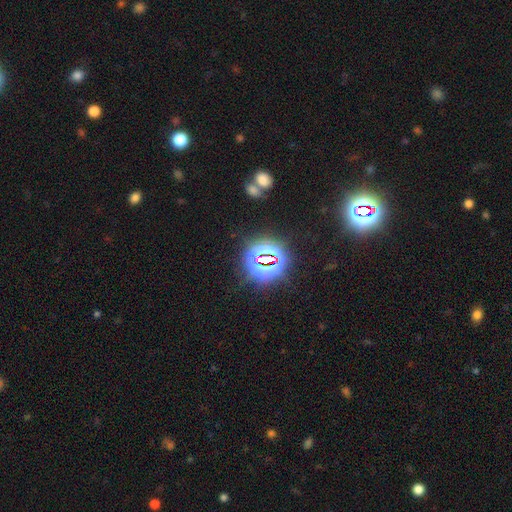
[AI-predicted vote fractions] A star or artifact, not a galaxy (75%).

Vote fractions:
- Smooth or featured? star or artifact: 75% / smooth: 17% / featured or disk: 8%